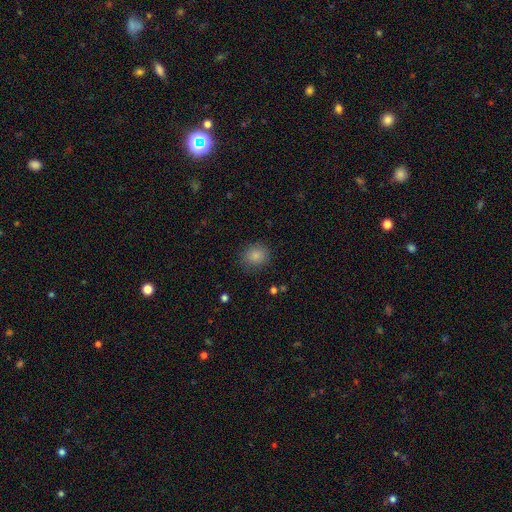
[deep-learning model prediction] Smooth or featured? smooth (85%)
How rounded? round (75%)
Merging? none (85%)